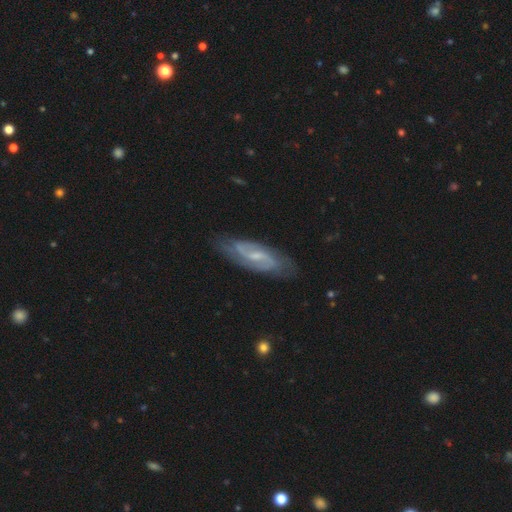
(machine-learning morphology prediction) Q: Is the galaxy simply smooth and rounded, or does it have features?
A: featured or disk — 84%.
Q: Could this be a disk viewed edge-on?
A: no — 90%.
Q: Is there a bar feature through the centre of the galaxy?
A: weak — 55%.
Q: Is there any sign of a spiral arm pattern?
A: yes — 96%.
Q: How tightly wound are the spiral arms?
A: medium — 48%.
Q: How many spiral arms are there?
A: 2 — 86%.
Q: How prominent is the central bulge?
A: small — 62%.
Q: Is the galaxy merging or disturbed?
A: none — 80%.